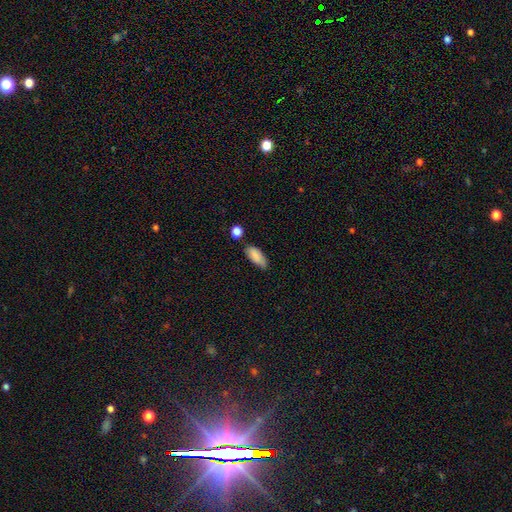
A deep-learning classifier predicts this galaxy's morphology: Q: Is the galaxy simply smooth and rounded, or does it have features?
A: smooth — 85%.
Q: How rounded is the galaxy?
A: in between — 82%.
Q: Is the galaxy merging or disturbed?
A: none — 70%.